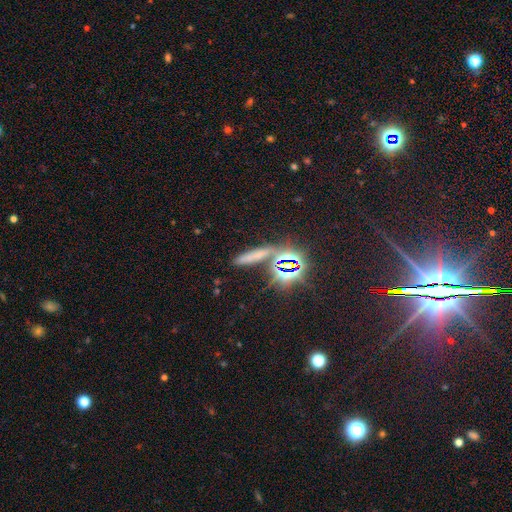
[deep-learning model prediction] smooth_or_featured: smooth (p=0.43) [tied with: star or artifact p=0.43]
merging: none (p=0.71) [alt: minor disturbance p=0.13]